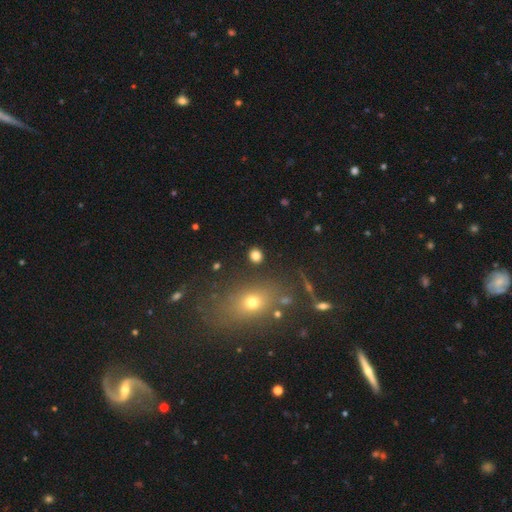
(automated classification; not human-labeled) Smooth or featured?
  - smooth: 80% *
  - star or artifact: 14%
  - featured or disk: 6%
How rounded?
  - round: 78% *
  - in between: 20%
  - cigar-shaped: 2%
Merging?
  - none: 88% *
  - minor disturbance: 7%
  - major disturbance: 3%
  - merger: 3%